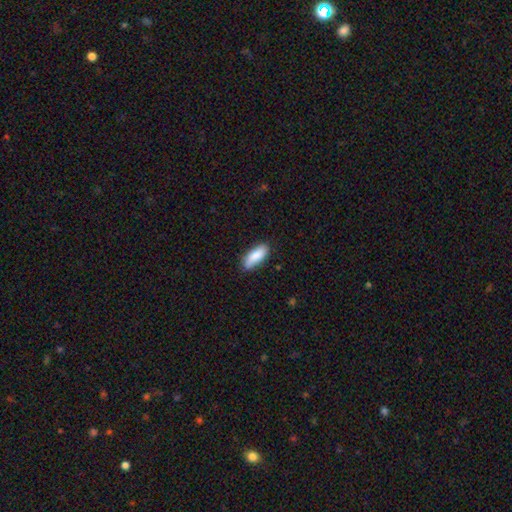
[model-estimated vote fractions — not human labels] Morphology: type=smooth (85%); roundness=in between (74%); merging=none (77%).